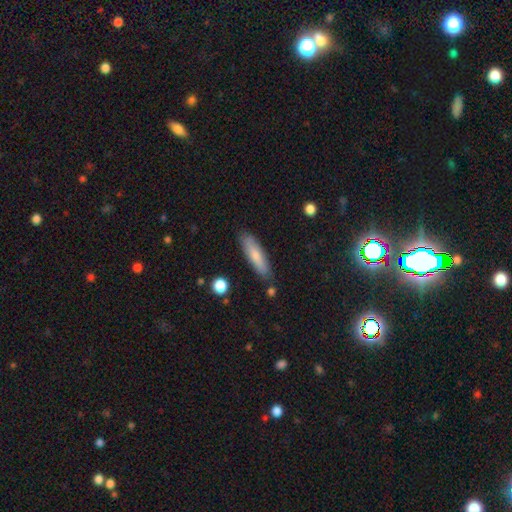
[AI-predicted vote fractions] Smooth or featured: smooth — 75% (featured or disk — 18%)
How rounded: cigar-shaped — 68% (in between — 30%)
Merging: none — 84% (minor disturbance — 12%)